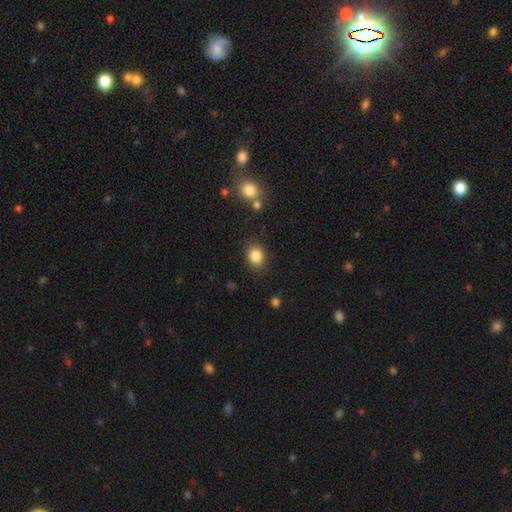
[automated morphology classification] smooth_or_featured: smooth (p=0.85) [alt: star or artifact p=0.10]
how_rounded: round (p=0.54) [alt: in between p=0.45]
merging: none (p=0.85) [alt: minor disturbance p=0.10]